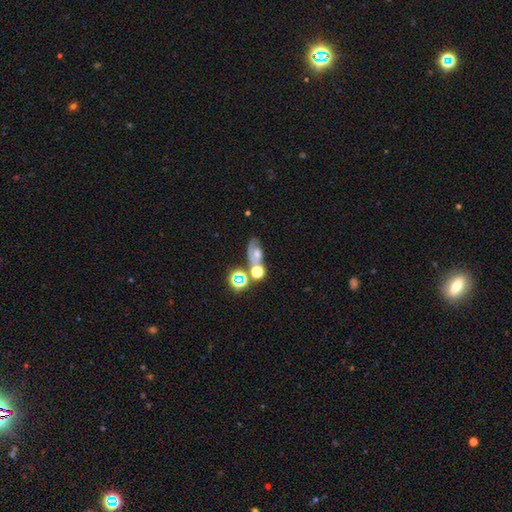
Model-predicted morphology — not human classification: A featured or disk galaxy (38%). Merging: none (42%).